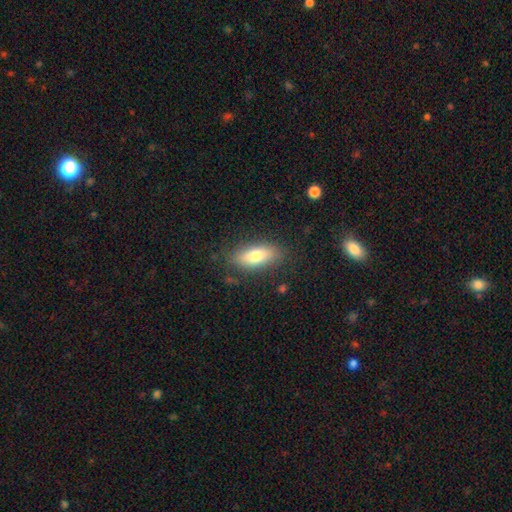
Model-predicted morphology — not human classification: A smooth galaxy with no disk features (75%) that is in between round and cigar-shaped (76%). Merging: none (83%).